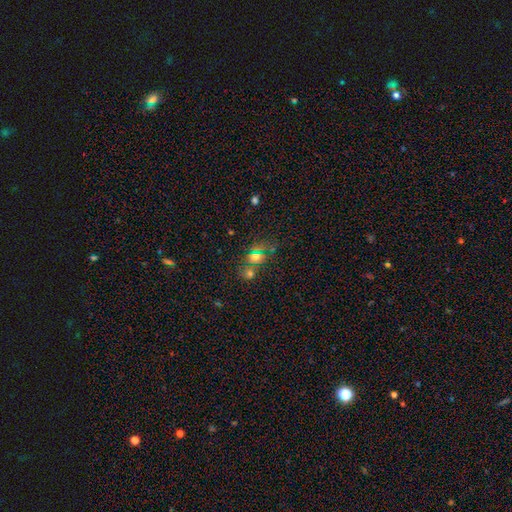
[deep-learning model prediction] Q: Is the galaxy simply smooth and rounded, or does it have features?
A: smooth — 49%.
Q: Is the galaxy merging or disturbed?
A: none — 61%.